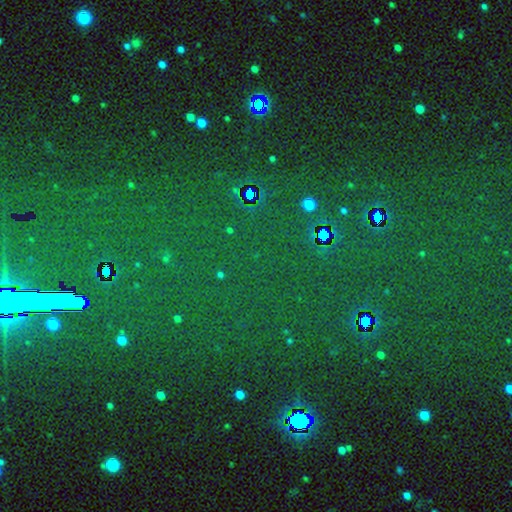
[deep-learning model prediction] star or artifact 83%, smooth 10%, featured or disk 7%.